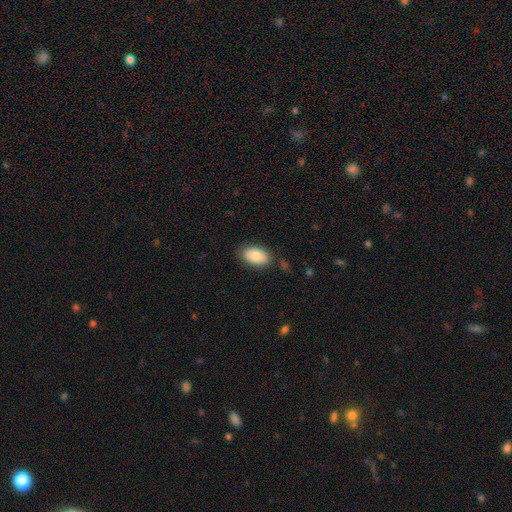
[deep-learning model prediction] A smooth galaxy with no disk features (84%) that is in between round and cigar-shaped (93%).

Vote fractions:
- Smooth or featured? smooth: 84% / featured or disk: 9% / star or artifact: 7%
- How rounded? in between: 93% / round: 6% / cigar-shaped: 1%
- Merging? none: 80% / minor disturbance: 14% / major disturbance: 4% / merger: 2%